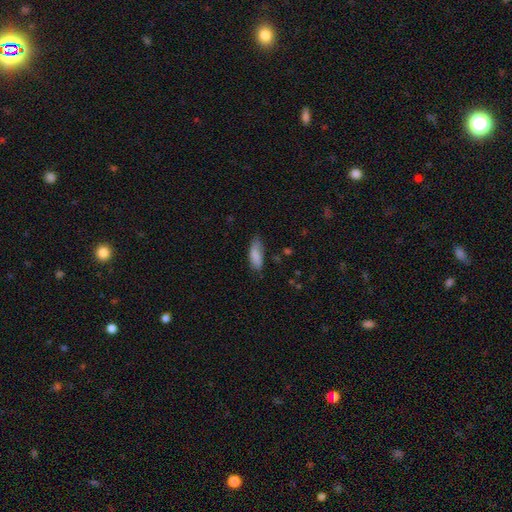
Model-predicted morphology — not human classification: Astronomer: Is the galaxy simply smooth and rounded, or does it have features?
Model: smooth — 83%.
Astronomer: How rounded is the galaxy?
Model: in between — 75%.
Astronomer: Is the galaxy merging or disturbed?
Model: none — 62%.